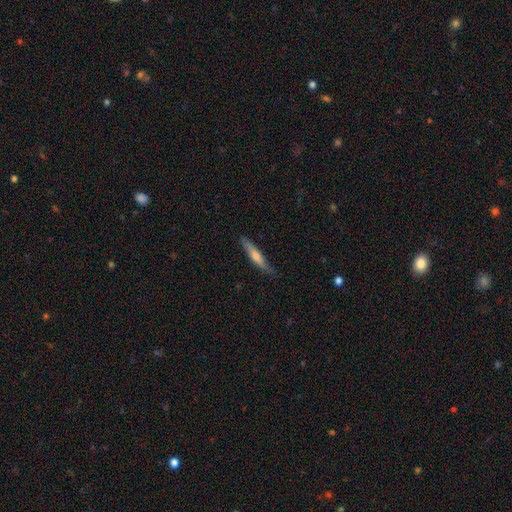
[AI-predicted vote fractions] smooth_or_featured: smooth (p=0.48) [alt: featured or disk p=0.46]
merging: none (p=0.79) [alt: minor disturbance p=0.17]